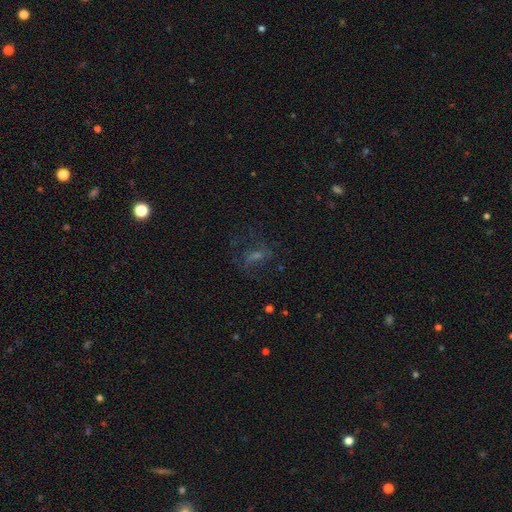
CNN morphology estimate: Smooth or featured? Predicted: featured or disk (p=0.42). Merging? Predicted: none (p=0.54).